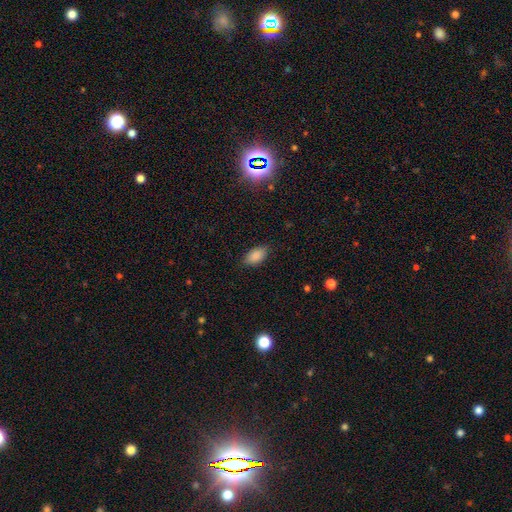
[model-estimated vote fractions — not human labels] A smooth galaxy with no disk features (87%) that is in between round and cigar-shaped (93%). Merging: none (84%).